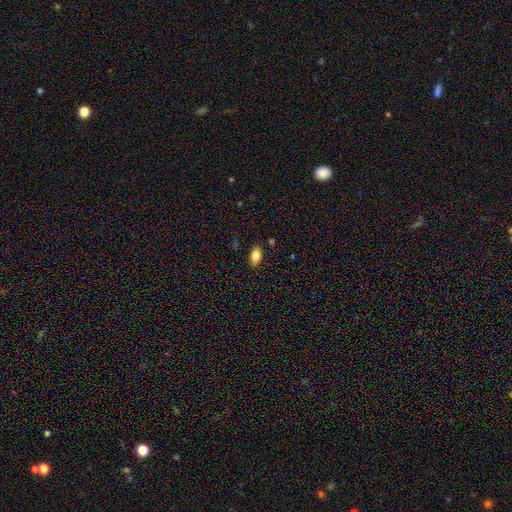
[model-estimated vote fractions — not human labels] Smooth or featured? Predicted: smooth (p=0.81). How rounded? Predicted: in between (p=0.91). Merging? Predicted: none (p=0.85).